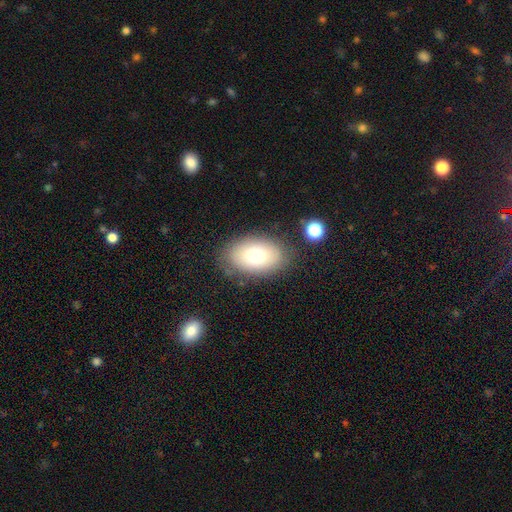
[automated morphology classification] A smooth galaxy with no disk features (73%) that is in between round and cigar-shaped (87%). Merging: none (79%).